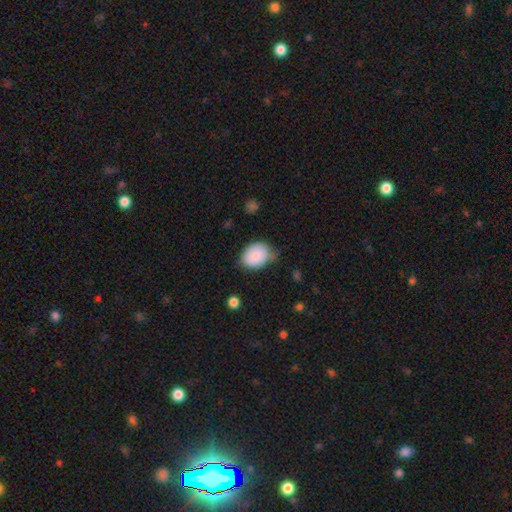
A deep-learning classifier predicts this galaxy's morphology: This is clearly a smooth galaxy (84%). How rounded: likely in between (67%). Merging: possibly none (58%).